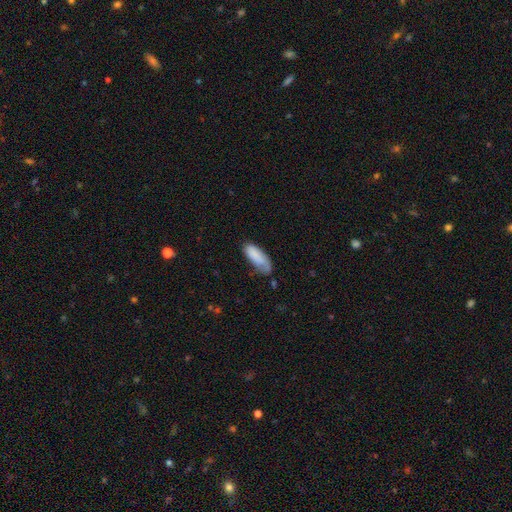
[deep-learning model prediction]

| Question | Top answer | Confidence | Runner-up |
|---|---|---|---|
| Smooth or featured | smooth | 81% | featured or disk (12%) |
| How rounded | in between | 75% | cigar-shaped (23%) |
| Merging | none | 48% | minor disturbance (35%) |